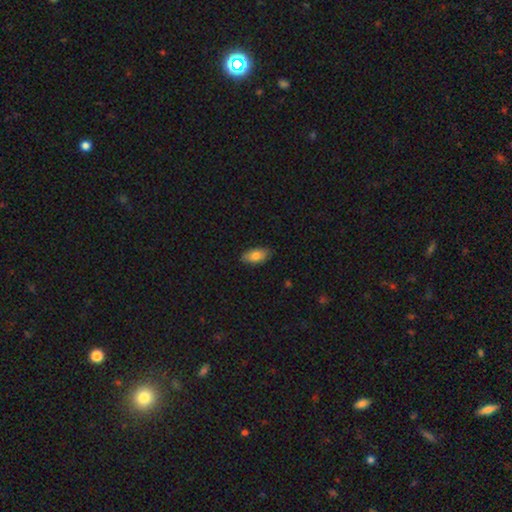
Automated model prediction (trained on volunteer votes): This is clearly a smooth galaxy (82%). How rounded: clearly in between (92%). Merging: clearly none (85%).